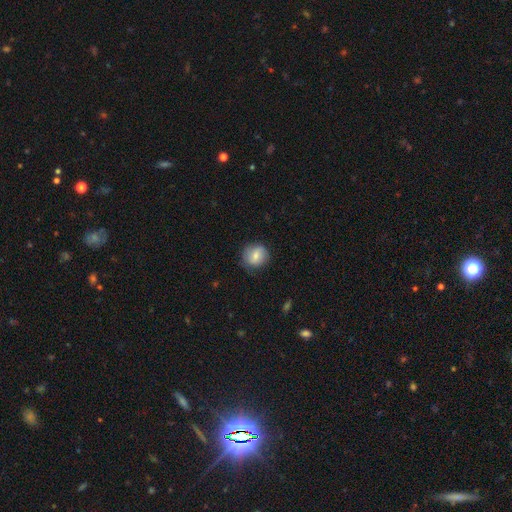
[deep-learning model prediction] Smooth or featured: smooth — 74% (featured or disk — 19%)
How rounded: round — 82% (in between — 17%)
Merging: none — 78% (minor disturbance — 17%)